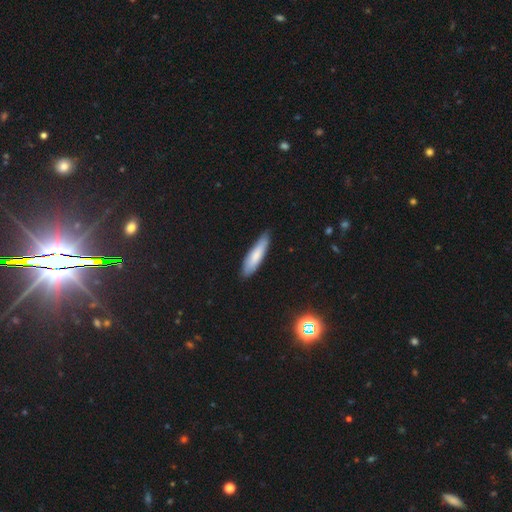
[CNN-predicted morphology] This is likely a smooth galaxy (79%). How rounded: likely cigar-shaped (71%). Merging: clearly none (84%).